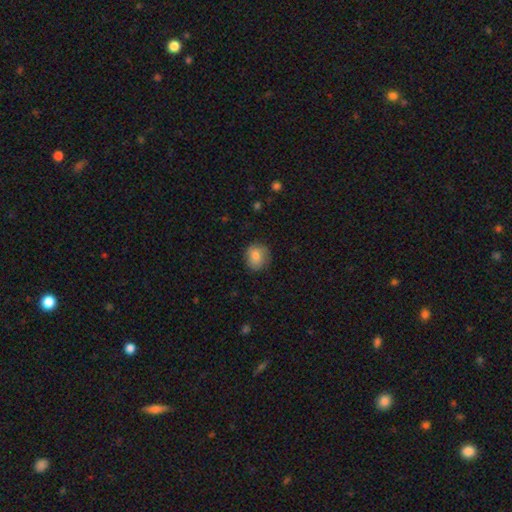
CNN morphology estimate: Overall: smooth (83%). How rounded: round (78%). Merging: none (81%).